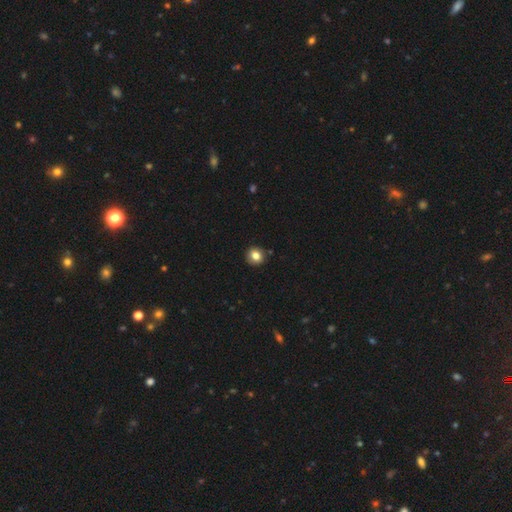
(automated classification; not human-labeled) This is clearly a smooth galaxy (82%). How rounded: clearly round (88%). Merging: clearly none (89%).